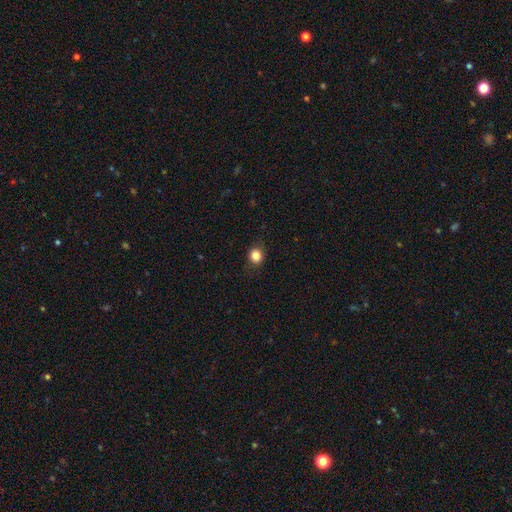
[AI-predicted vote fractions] smooth_or_featured: smooth (p=0.85) [alt: star or artifact p=0.11]
how_rounded: round (p=0.76) [alt: in between p=0.23]
merging: none (p=0.85) [alt: minor disturbance p=0.11]